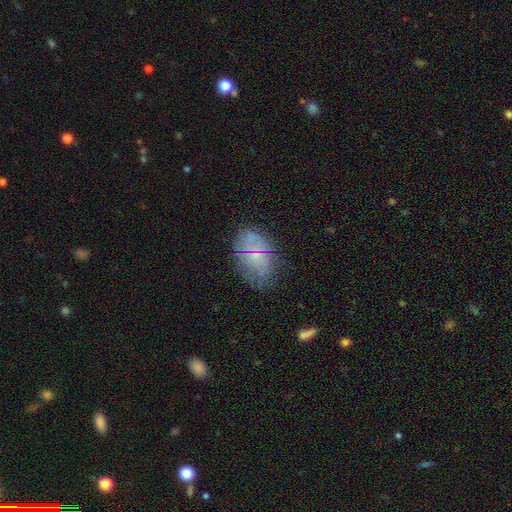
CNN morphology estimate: Smooth or featured? Predicted: smooth (p=0.46). Merging? Predicted: none (p=0.64).